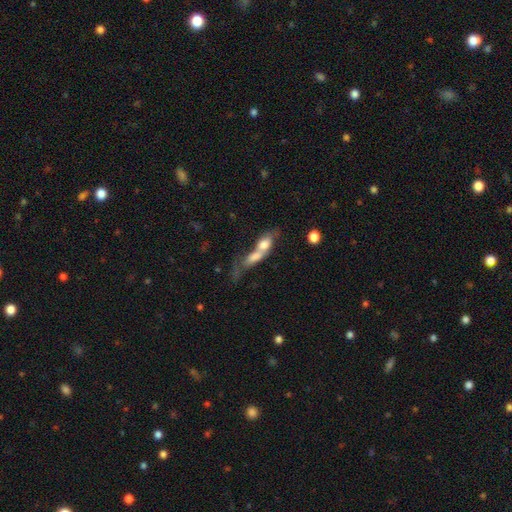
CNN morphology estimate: smooth-or-featured: smooth: 62% | featured or disk: 29% | star or artifact: 9%
  how-rounded: in between: 59% | cigar-shaped: 27% | round: 14%
  merging: merger: 71% | none: 13% | major disturbance: 9% | minor disturbance: 7%